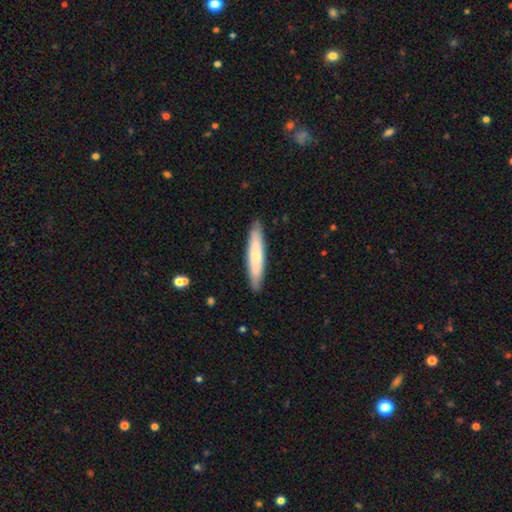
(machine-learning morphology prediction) smooth-or-featured: smooth: 66% | featured or disk: 28% | star or artifact: 5%
  how-rounded: cigar-shaped: 89% | in between: 10% | round: 1%
  merging: none: 89% | minor disturbance: 8% | major disturbance: 1% | merger: 1%